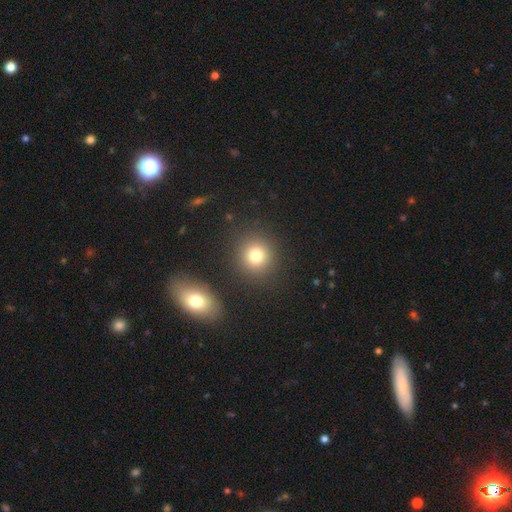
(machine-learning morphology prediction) A smooth galaxy with no disk features (77%) that is round (89%).

Vote fractions:
- Smooth or featured? smooth: 77% / star or artifact: 14% / featured or disk: 9%
- How rounded? round: 89% / in between: 10% / cigar-shaped: 1%
- Merging? none: 86% / minor disturbance: 7% / merger: 4% / major disturbance: 3%